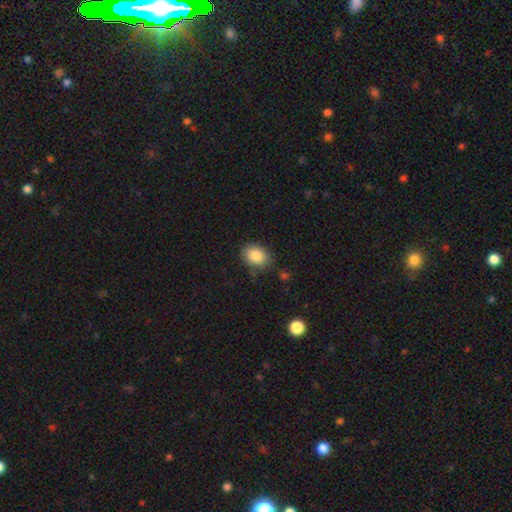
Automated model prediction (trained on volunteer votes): Smooth or featured?
  - smooth: 86% *
  - star or artifact: 8%
  - featured or disk: 5%
How rounded?
  - in between: 55% *
  - round: 44%
  - cigar-shaped: 1%
Merging?
  - none: 82% *
  - minor disturbance: 13%
  - major disturbance: 3%
  - merger: 2%